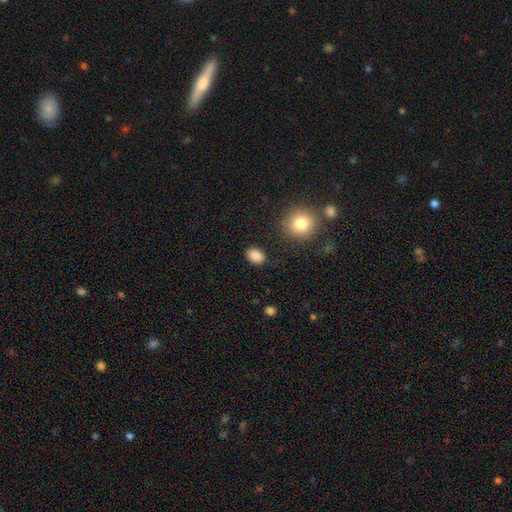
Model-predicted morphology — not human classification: A smooth galaxy with no disk features (87%) that is in between round and cigar-shaped (77%).

Vote fractions:
- Smooth or featured? smooth: 87% / star or artifact: 9% / featured or disk: 4%
- How rounded? in between: 77% / round: 22% / cigar-shaped: 1%
- Merging? none: 86% / minor disturbance: 9% / major disturbance: 3% / merger: 2%